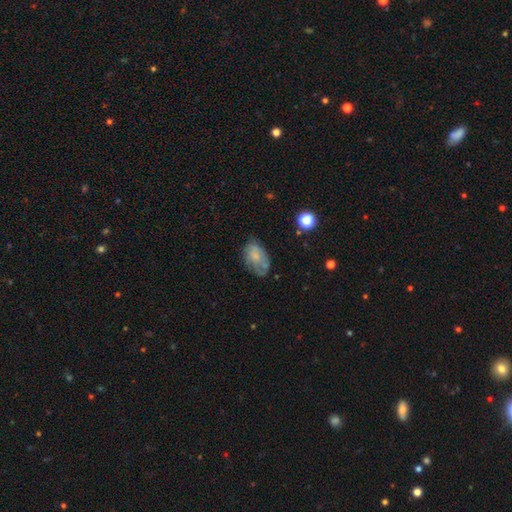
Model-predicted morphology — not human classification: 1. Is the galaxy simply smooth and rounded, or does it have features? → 59% smooth, 32% featured or disk, 9% star or artifact.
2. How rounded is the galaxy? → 89% in between, 9% round, 2% cigar-shaped.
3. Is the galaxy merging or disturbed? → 55% none, 29% minor disturbance, 13% major disturbance, 3% merger.